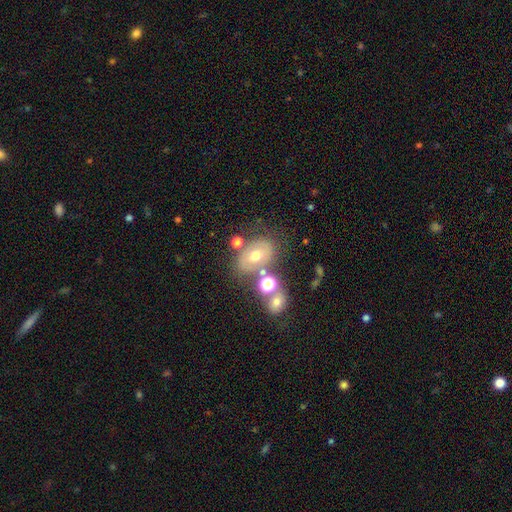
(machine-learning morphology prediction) smooth-or-featured: smooth: 44% | featured or disk: 41% | star or artifact: 15%
  merging: none: 61% | minor disturbance: 16% | merger: 15% | major disturbance: 8%